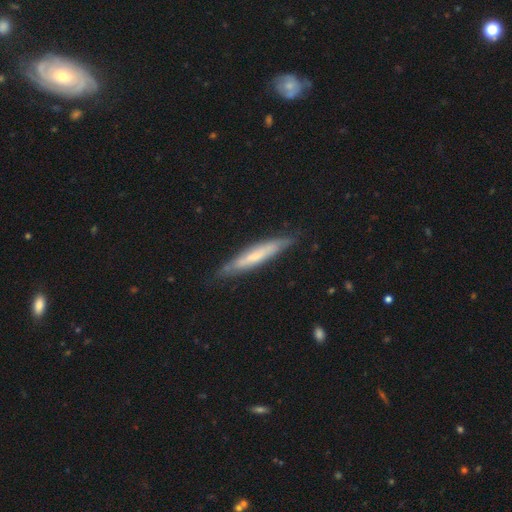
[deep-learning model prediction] smooth_or_featured: featured or disk (p=0.48) [alt: smooth p=0.46]
merging: none (p=0.81) [alt: minor disturbance p=0.15]